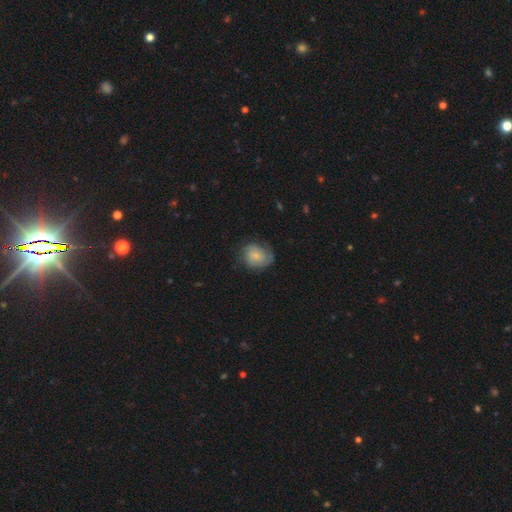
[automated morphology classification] smooth-or-featured: smooth: 55% | featured or disk: 38% | star or artifact: 7%
  how-rounded: round: 61% | in between: 38% | cigar-shaped: 1%
  merging: none: 60% | minor disturbance: 27% | major disturbance: 12% | merger: 1%